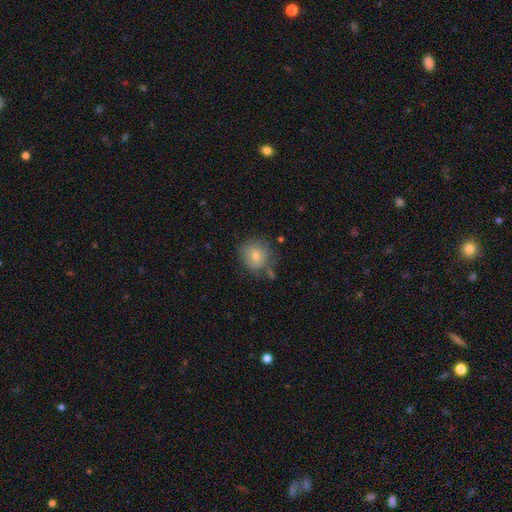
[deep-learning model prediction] Smooth or featured: smooth — 72% (featured or disk — 17%)
How rounded: round — 83% (in between — 16%)
Merging: none — 67% (minor disturbance — 20%)